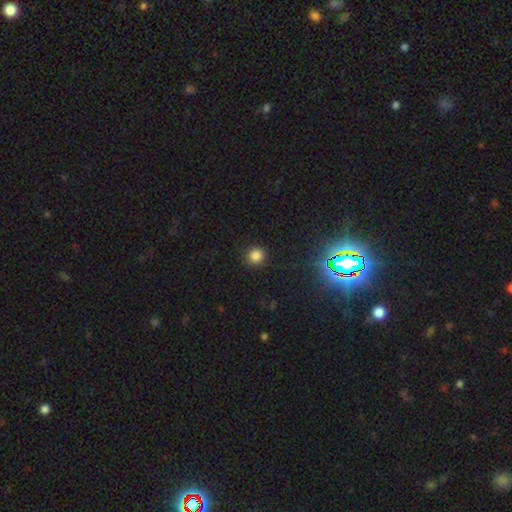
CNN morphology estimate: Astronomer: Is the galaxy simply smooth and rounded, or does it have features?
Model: smooth — 81%.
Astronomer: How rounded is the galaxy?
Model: round — 92%.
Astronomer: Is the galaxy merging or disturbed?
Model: none — 88%.